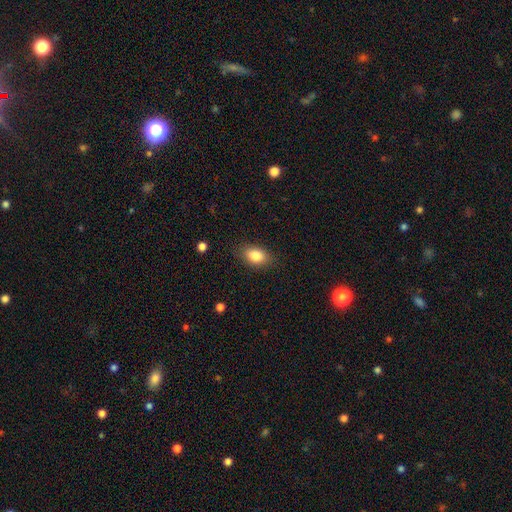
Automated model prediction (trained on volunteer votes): Smooth or featured? Predicted: smooth (p=0.84). How rounded? Predicted: in between (p=0.85). Merging? Predicted: none (p=0.84).